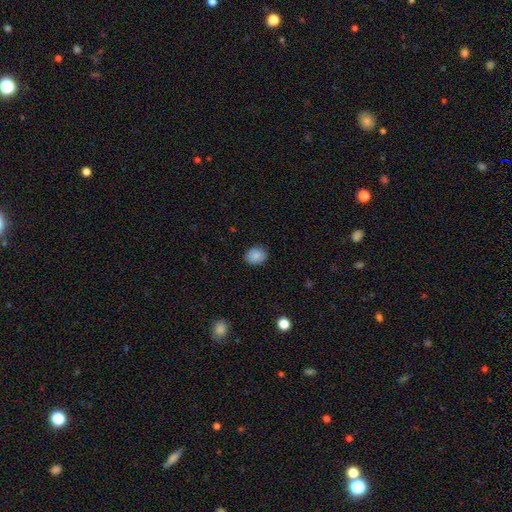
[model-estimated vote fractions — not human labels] Smooth or featured: smooth — 87% (star or artifact — 8%)
How rounded: round — 63% (in between — 36%)
Merging: none — 87% (minor disturbance — 10%)